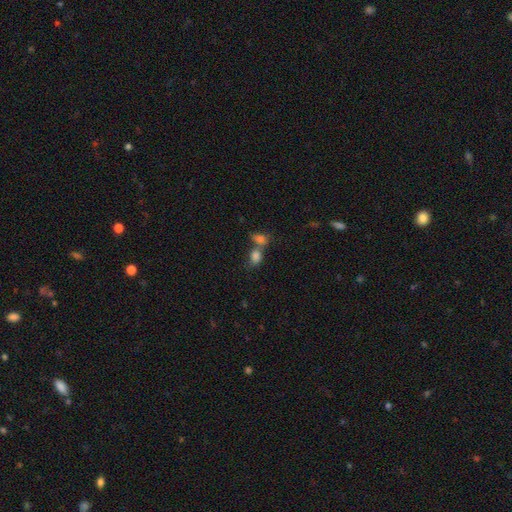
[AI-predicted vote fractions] A smooth galaxy with no disk features (81%) that is in between round and cigar-shaped (71%). Merging: merger (57%).